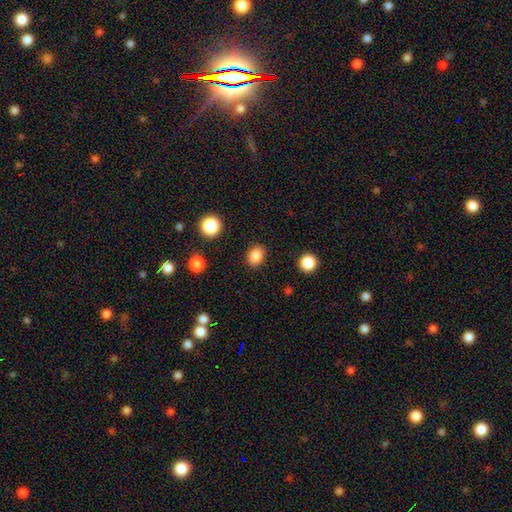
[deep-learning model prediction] smooth_or_featured: smooth (p=0.85) [alt: star or artifact p=0.10]
how_rounded: in between (p=0.63) [alt: round p=0.36]
merging: none (p=0.88) [alt: minor disturbance p=0.08]